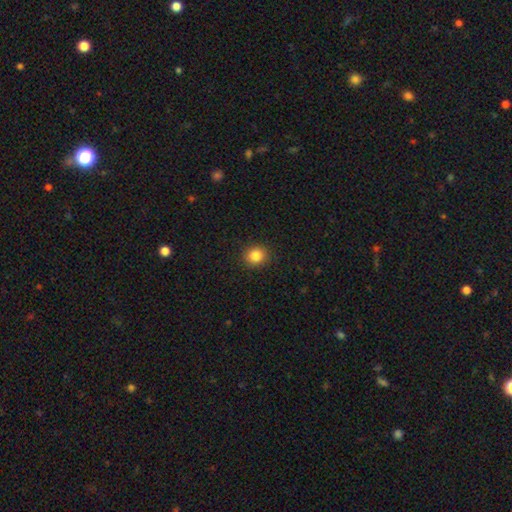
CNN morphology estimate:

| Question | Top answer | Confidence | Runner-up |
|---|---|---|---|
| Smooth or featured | smooth | 85% | star or artifact (11%) |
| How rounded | round | 84% | in between (15%) |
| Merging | none | 91% | minor disturbance (6%) |